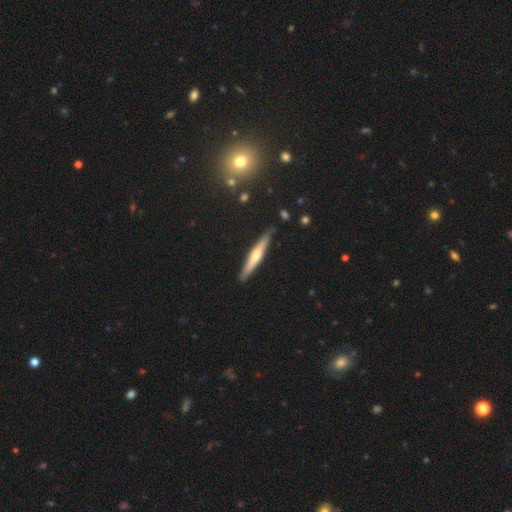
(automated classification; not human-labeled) Smooth or featured? featured or disk (51%)
Edge-on disk? yes (95%)
Merging? none (87%)